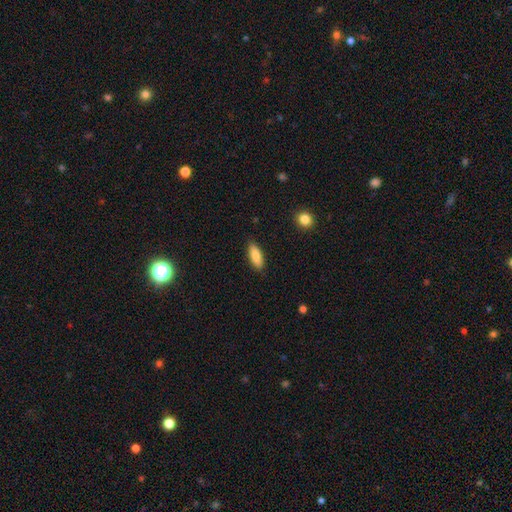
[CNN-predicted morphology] Smooth or featured: smooth — 86% (featured or disk — 8%)
How rounded: in between — 69% (cigar-shaped — 29%)
Merging: none — 87% (minor disturbance — 10%)